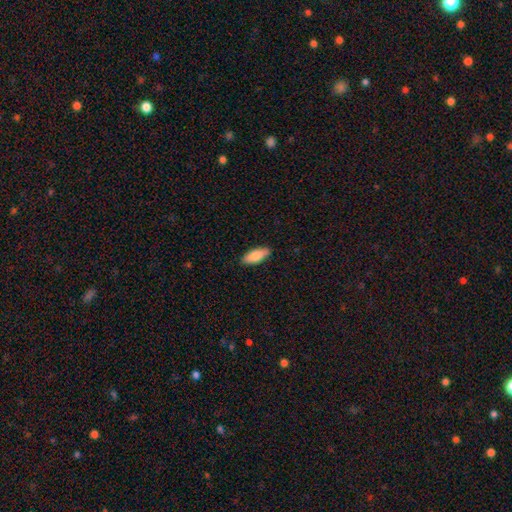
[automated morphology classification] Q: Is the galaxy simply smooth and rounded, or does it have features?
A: smooth — 82%.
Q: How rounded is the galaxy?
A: in between — 75%.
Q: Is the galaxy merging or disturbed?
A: none — 88%.